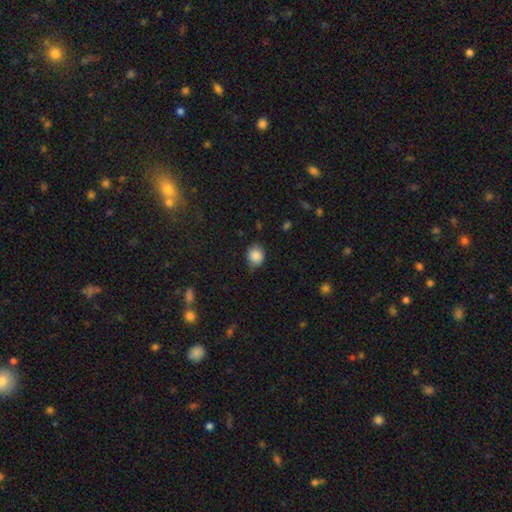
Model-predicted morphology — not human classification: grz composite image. It shows a smooth galaxy with no disk features (87%) that is round (67%). Merging: none (74%).